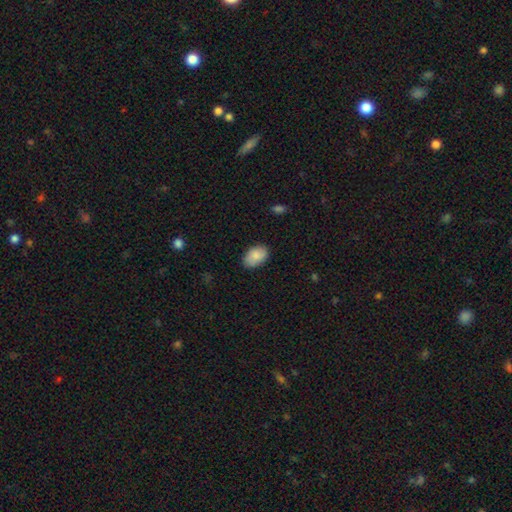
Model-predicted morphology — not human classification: Smooth or featured: smooth — 86% (featured or disk — 8%)
How rounded: in between — 88% (round — 11%)
Merging: none — 82% (minor disturbance — 14%)